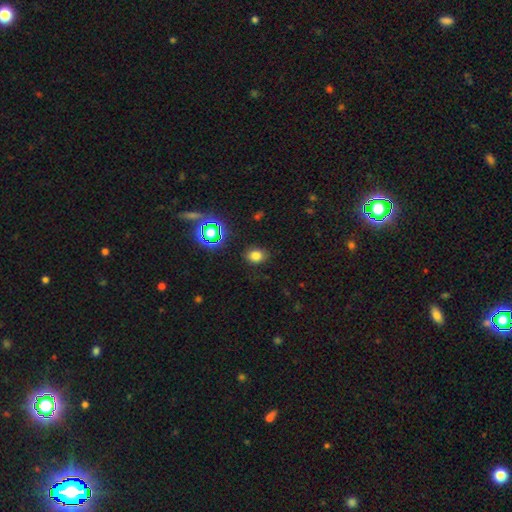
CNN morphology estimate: Smooth or featured: smooth — 75% (star or artifact — 18%)
How rounded: in between — 54% (round — 45%)
Merging: none — 83% (minor disturbance — 12%)